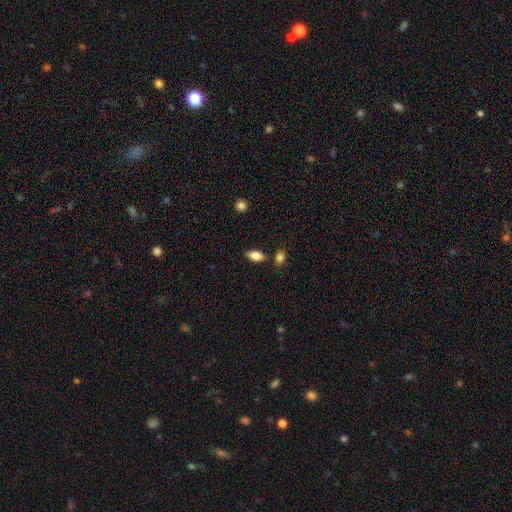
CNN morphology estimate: The model was most divided on "merging": none: 78%, minor disturbance: 12%, merger: 7%, major disturbance: 3%. More confident: how rounded — in between (90%); smooth or featured — smooth (84%).